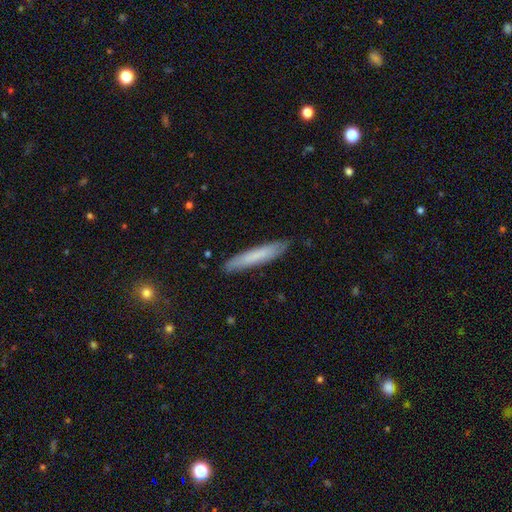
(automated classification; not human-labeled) smooth 71%, featured or disk 22%, star or artifact 6%. Down the decision tree: how rounded — cigar-shaped (93%); merging — none (87%).